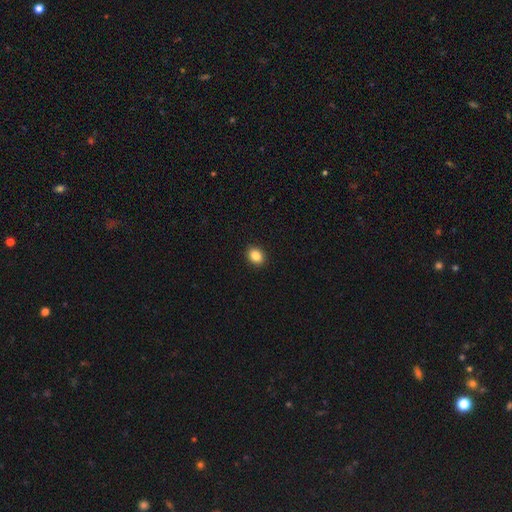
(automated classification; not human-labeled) Smooth or featured: smooth — 86% (star or artifact — 9%)
How rounded: in between — 61% (round — 38%)
Merging: none — 91% (minor disturbance — 6%)